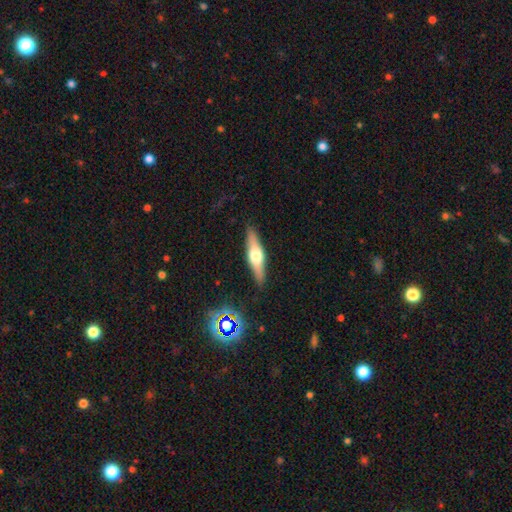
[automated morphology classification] Overall: featured or disk (56%; smooth 37%). Edge-on disk: yes (93%). Edge-on bulge: rounded (92%). Merging: none (88%).